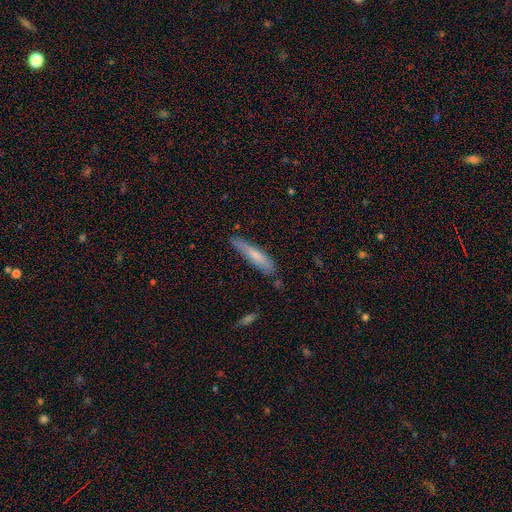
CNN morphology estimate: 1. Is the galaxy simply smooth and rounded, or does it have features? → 70% smooth, 24% featured or disk, 6% star or artifact.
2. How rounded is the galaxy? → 87% cigar-shaped, 12% in between, 1% round.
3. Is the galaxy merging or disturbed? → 73% none, 20% minor disturbance, 4% major disturbance, 3% merger.